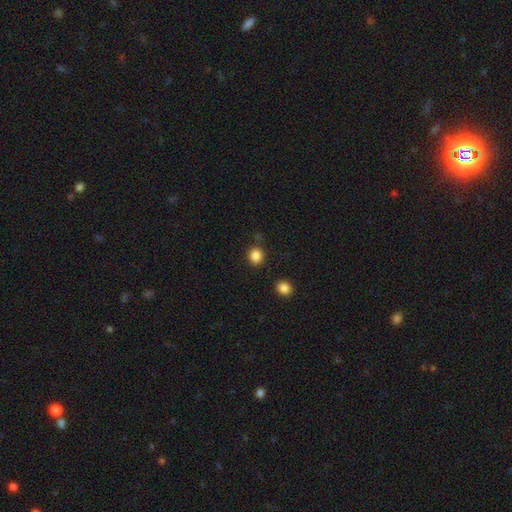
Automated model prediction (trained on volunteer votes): smooth 86%, star or artifact 11%, featured or disk 3%. Down the decision tree: how rounded — round (83%); merging — none (84%).